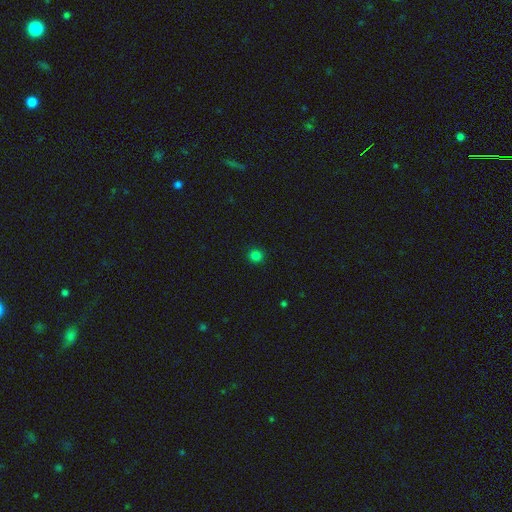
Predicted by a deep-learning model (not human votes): Smooth or featured?
  - smooth: 82% *
  - star or artifact: 15%
  - featured or disk: 3%
How rounded?
  - round: 92% *
  - in between: 7%
  - cigar-shaped: 1%
Merging?
  - none: 92% *
  - minor disturbance: 5%
  - major disturbance: 2%
  - merger: 1%